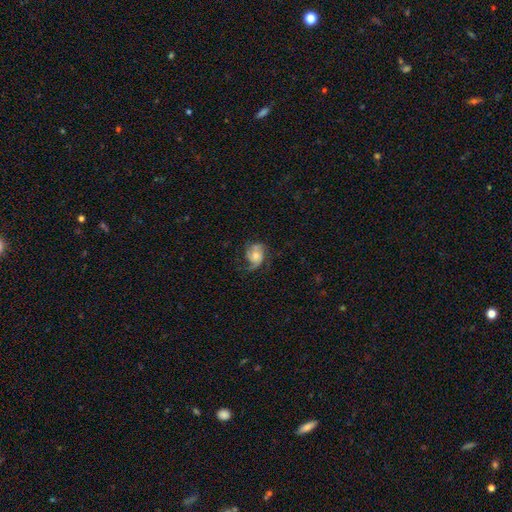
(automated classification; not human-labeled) This is likely a featured or disk galaxy (64%). It is clearly not viewed edge-on (97%). Bar: likely no (74%). Spiral arm pattern: clearly yes (89%). Spiral arm count: possibly 2 (49%). Spiral winding: marginally medium (44%). Central bulge: possibly moderate (52%). Merging: possibly none (52%).